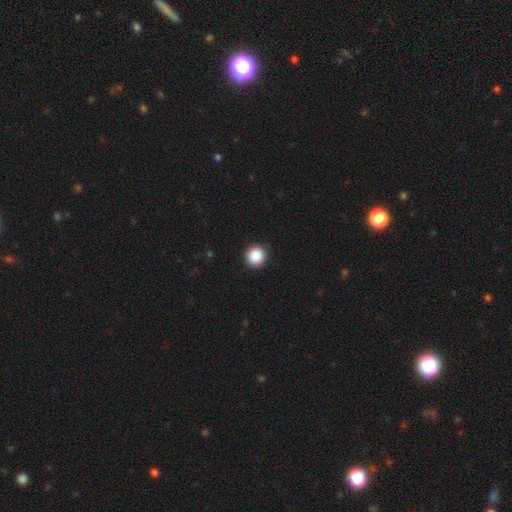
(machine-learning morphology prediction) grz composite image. It shows a smooth galaxy with no disk features (88%) that is round (92%). Merging: none (91%).